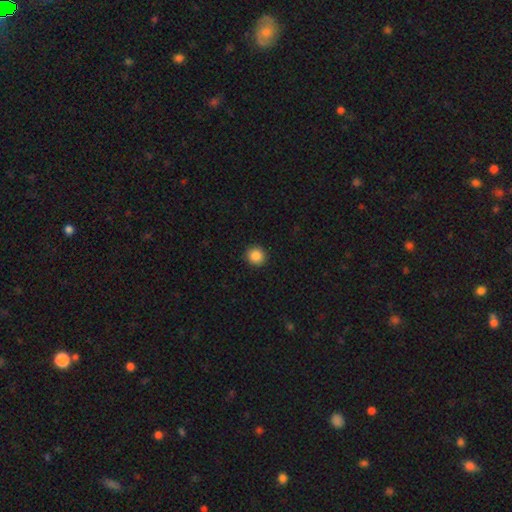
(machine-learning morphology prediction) A smooth galaxy with no disk features (87%) that is round (92%). Merging: none (92%).